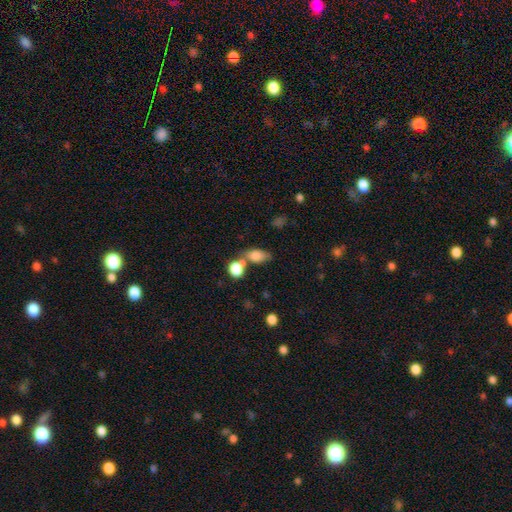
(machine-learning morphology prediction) smooth_or_featured: smooth (p=0.79) [alt: featured or disk p=0.11]
how_rounded: in between (p=0.81) [alt: round p=0.15]
merging: none (p=0.50) [alt: merger p=0.29]